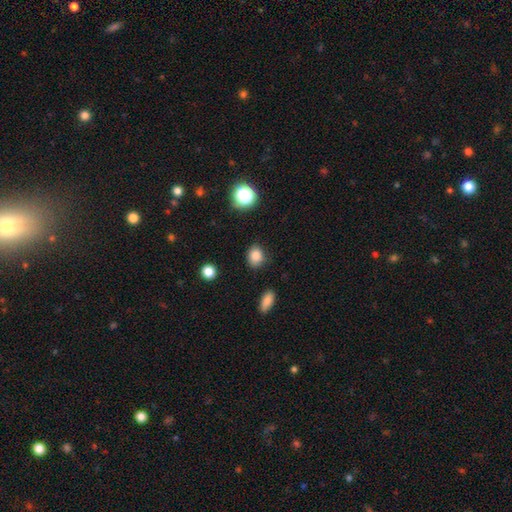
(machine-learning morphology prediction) smooth-or-featured: smooth: 84% | star or artifact: 12% | featured or disk: 5%
  how-rounded: round: 53% | in between: 46% | cigar-shaped: 1%
  merging: none: 82% | minor disturbance: 13% | major disturbance: 3% | merger: 2%